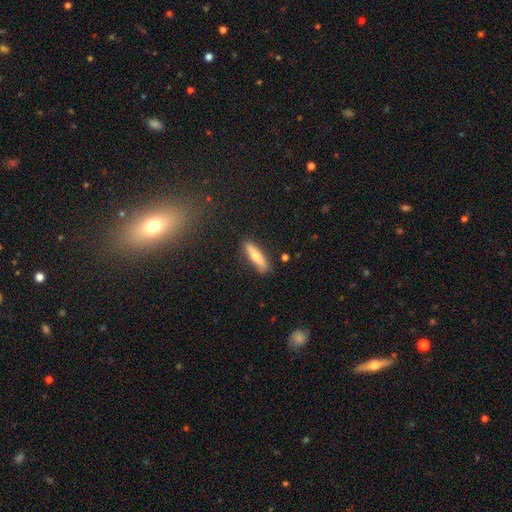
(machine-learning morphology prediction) Smooth or featured?
  - smooth: 65% *
  - featured or disk: 28%
  - star or artifact: 7%
How rounded?
  - cigar-shaped: 78% *
  - in between: 20%
  - round: 2%
Merging?
  - none: 86% *
  - minor disturbance: 10%
  - major disturbance: 2%
  - merger: 2%